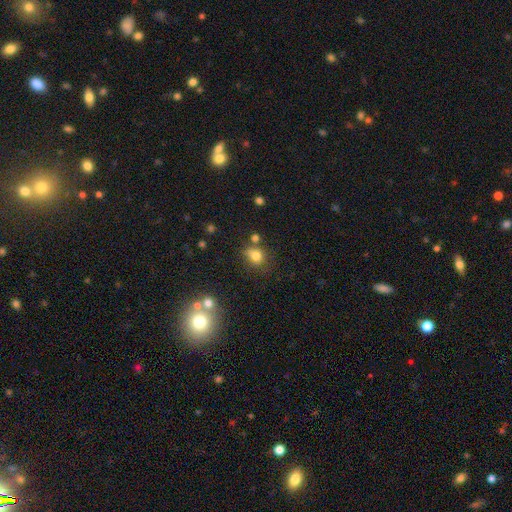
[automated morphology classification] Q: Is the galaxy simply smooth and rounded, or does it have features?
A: smooth — 77%.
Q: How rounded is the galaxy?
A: round — 72%.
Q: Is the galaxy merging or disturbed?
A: none — 57%.